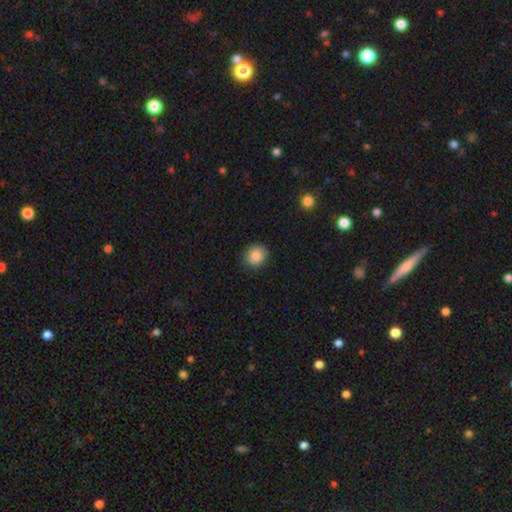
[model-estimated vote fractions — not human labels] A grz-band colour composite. It shows a smooth galaxy with no disk features (85%) that is round (82%). Merging: none (88%).